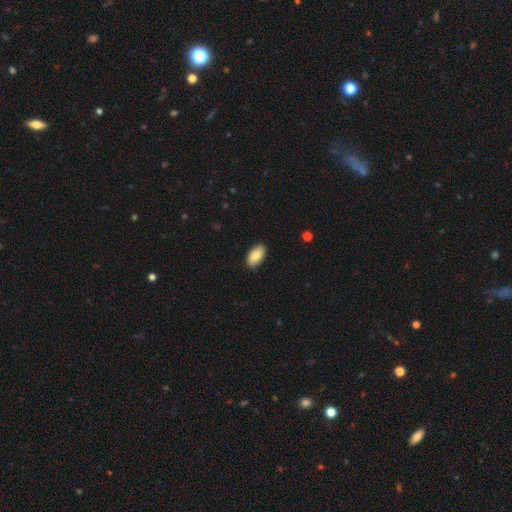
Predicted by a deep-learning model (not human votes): Smooth or featured? smooth (82%)
How rounded? in between (94%)
Merging? none (86%)